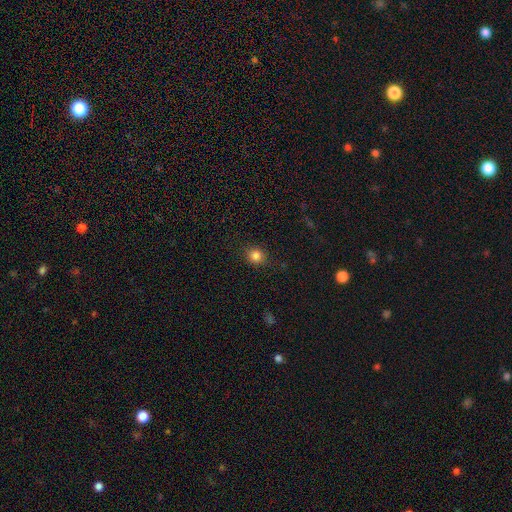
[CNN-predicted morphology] smooth 84%, star or artifact 12%, featured or disk 4%. Down the decision tree: how rounded — round (88%); merging — none (88%).